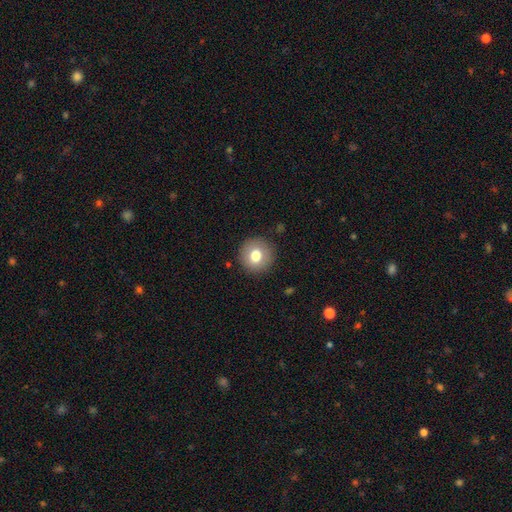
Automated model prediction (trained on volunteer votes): Q: Smooth or featured?
A: smooth (76%); runner-up: featured or disk (14%)
Q: How rounded?
A: round (94%); runner-up: in between (5%)
Q: Merging?
A: none (90%); runner-up: minor disturbance (7%)